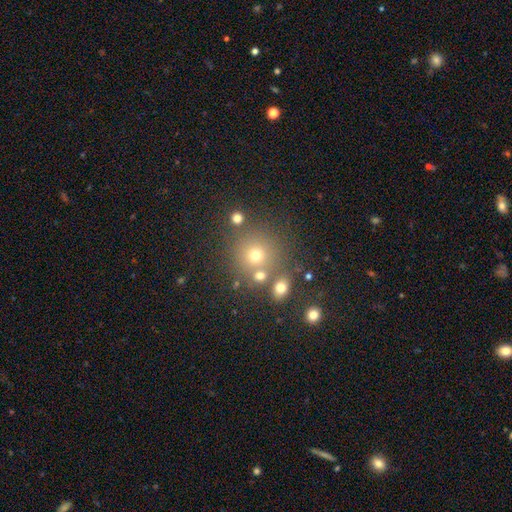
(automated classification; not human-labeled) smooth-or-featured: smooth: 67% | star or artifact: 22% | featured or disk: 12%
  how-rounded: round: 91% | in between: 8% | cigar-shaped: 1%
  merging: none: 72% | merger: 15% | minor disturbance: 9% | major disturbance: 4%